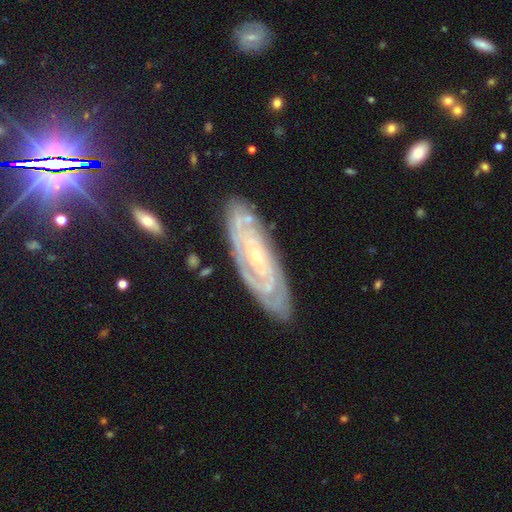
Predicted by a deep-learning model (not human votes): smooth-or-featured: featured or disk: 85% | smooth: 9% | star or artifact: 6%
  disk-edge-on: no: 88% | yes: 12%
    bar: no: 70% | weak: 22% | strong: 8%
    has-spiral-arms: yes: 94% | no: 6%
      spiral-winding: tight: 79% | medium: 17% | loose: 3%
      spiral-arm-count: can't tell: 38% | 2: 26% | 3: 16% | 4: 9% | more than 4: 5% | 1: 5%
    bulge-size: small: 77% | moderate: 20% | none: 1% | large: 1% | dominant: 1%
  merging: none: 79% | minor disturbance: 15% | major disturbance: 4% | merger: 2%